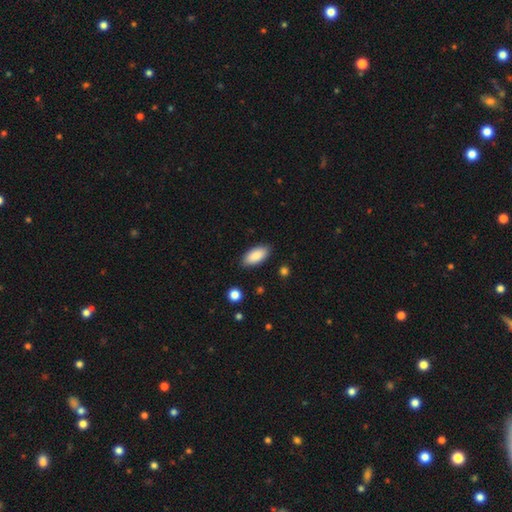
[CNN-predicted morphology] A smooth galaxy with no disk features (89%) that is in between round and cigar-shaped (91%).

Vote fractions:
- Smooth or featured? smooth: 89% / star or artifact: 6% / featured or disk: 5%
- How rounded? in between: 91% / cigar-shaped: 7% / round: 2%
- Merging? none: 87% / minor disturbance: 9% / major disturbance: 2% / merger: 1%